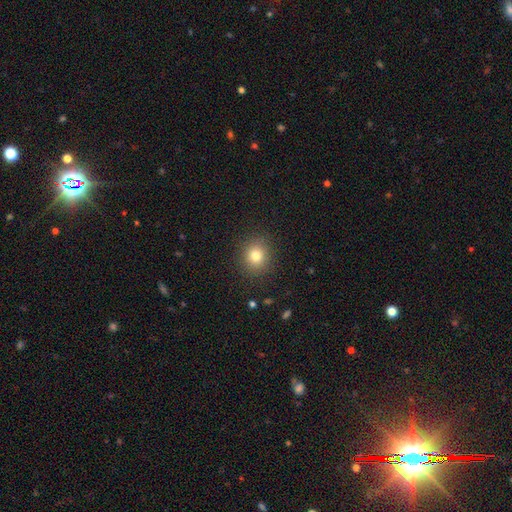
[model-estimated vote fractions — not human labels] smooth 79%, star or artifact 13%, featured or disk 8%. Down the decision tree: how rounded — round (81%); merging — none (89%).